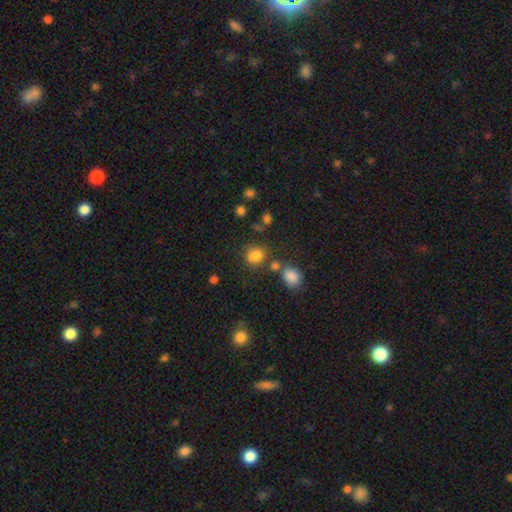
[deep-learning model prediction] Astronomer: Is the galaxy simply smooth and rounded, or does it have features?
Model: smooth — 81%.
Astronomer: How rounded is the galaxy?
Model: round — 67%.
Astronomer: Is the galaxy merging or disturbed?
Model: none — 67%.